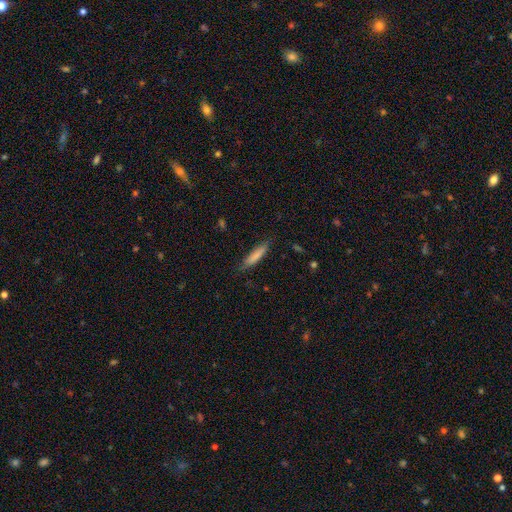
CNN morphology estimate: smooth 80%, featured or disk 14%, star or artifact 6%. Down the decision tree: how rounded — cigar-shaped (85%); merging — none (80%).